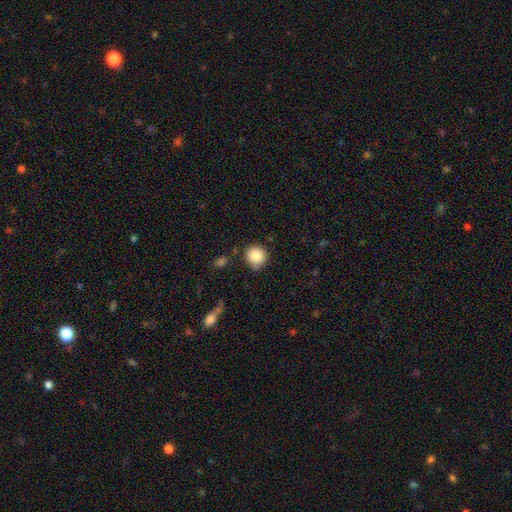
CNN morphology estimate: The model was most divided on "merging": none: 76%, minor disturbance: 15%, merger: 5%, major disturbance: 4%. More confident: how rounded — round (92%); smooth or featured — smooth (86%).